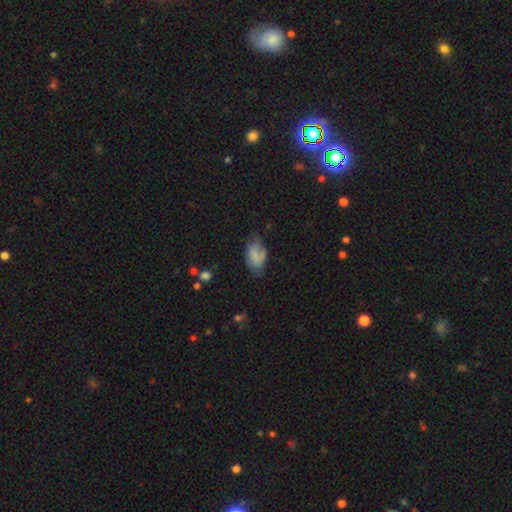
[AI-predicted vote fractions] smooth_or_featured: smooth (p=0.66) [alt: featured or disk p=0.25]
how_rounded: in between (p=0.90) [alt: round p=0.08]
merging: none (p=0.43) [alt: minor disturbance p=0.35]